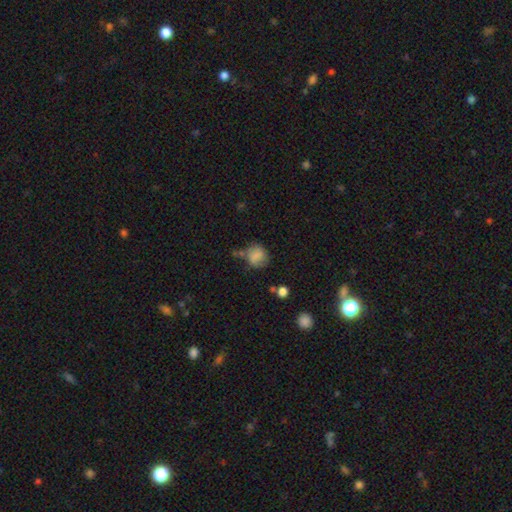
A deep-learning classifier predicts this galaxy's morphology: A smooth galaxy with no disk features (78%) that is round (72%).

Vote fractions:
- Smooth or featured? smooth: 78% / featured or disk: 11% / star or artifact: 10%
- How rounded? round: 72% / in between: 27% / cigar-shaped: 1%
- Merging? none: 52% / minor disturbance: 27% / major disturbance: 12% / merger: 9%